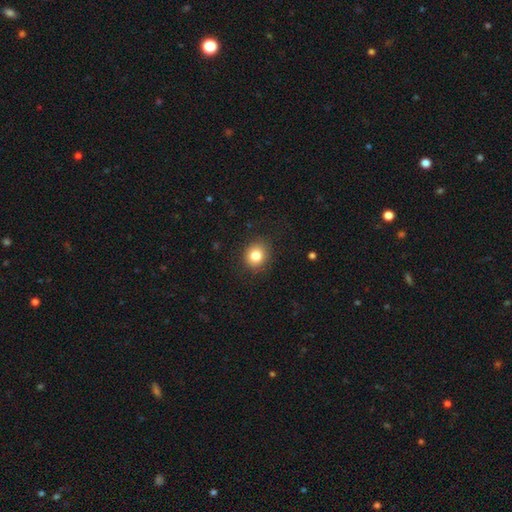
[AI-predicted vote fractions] Smooth or featured? smooth (82%)
How rounded? round (79%)
Merging? none (87%)